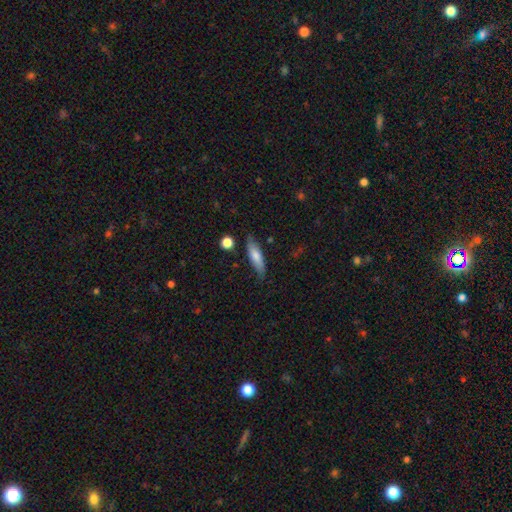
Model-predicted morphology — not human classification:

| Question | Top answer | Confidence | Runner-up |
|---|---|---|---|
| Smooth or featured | smooth | 67% | featured or disk (27%) |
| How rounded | cigar-shaped | 66% | in between (31%) |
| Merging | none | 81% | minor disturbance (14%) |